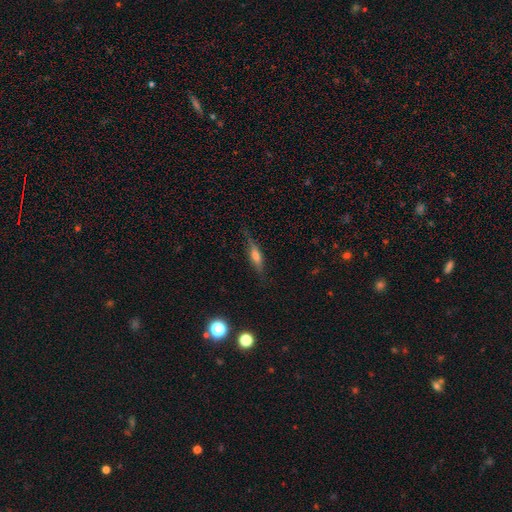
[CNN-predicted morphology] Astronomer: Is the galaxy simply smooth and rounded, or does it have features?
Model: featured or disk — 55% (runner-up: smooth, 34%).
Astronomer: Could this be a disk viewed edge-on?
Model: yes — 92%.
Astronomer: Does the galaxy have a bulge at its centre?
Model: rounded — 79%.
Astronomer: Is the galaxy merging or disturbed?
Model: none — 81%.